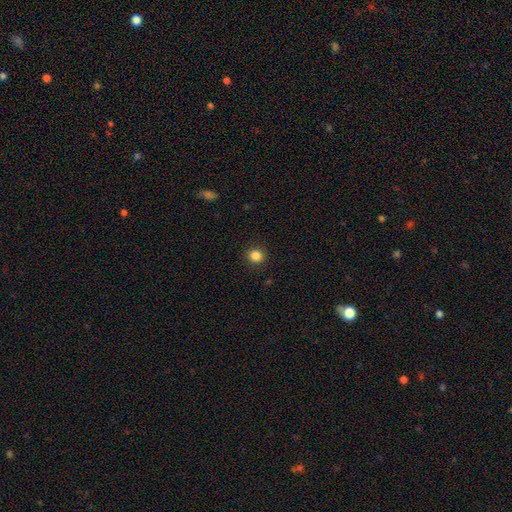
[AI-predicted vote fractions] Q: Smooth or featured?
A: smooth (85%); runner-up: star or artifact (11%)
Q: How rounded?
A: round (89%); runner-up: in between (10%)
Q: Merging?
A: none (90%); runner-up: minor disturbance (6%)